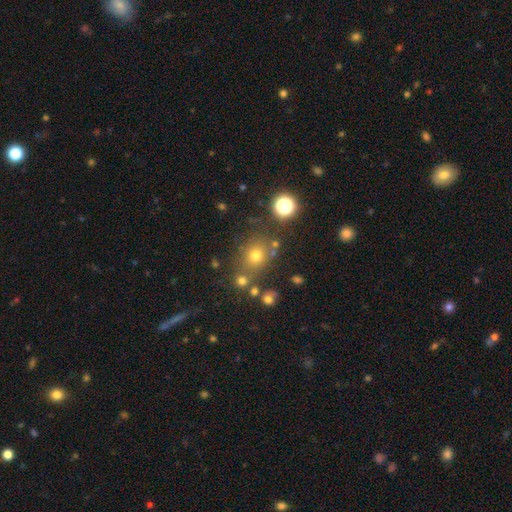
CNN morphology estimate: smooth-or-featured: smooth: 67% | star or artifact: 23% | featured or disk: 10%
  how-rounded: round: 76% | in between: 22% | cigar-shaped: 1%
  merging: none: 72% | minor disturbance: 12% | merger: 11% | major disturbance: 5%